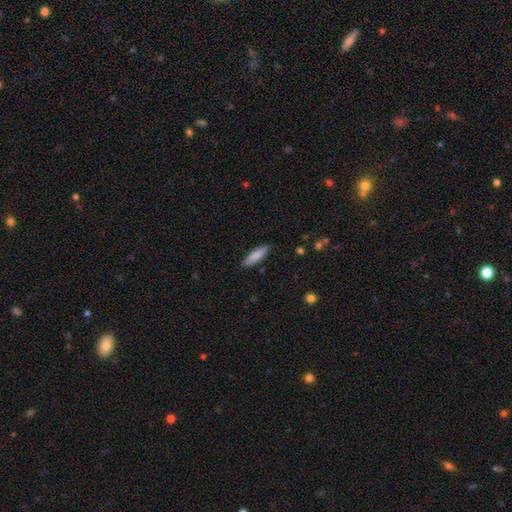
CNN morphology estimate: Q: Smooth or featured?
A: smooth (86%); runner-up: featured or disk (8%)
Q: How rounded?
A: cigar-shaped (64%); runner-up: in between (35%)
Q: Merging?
A: none (89%); runner-up: minor disturbance (8%)